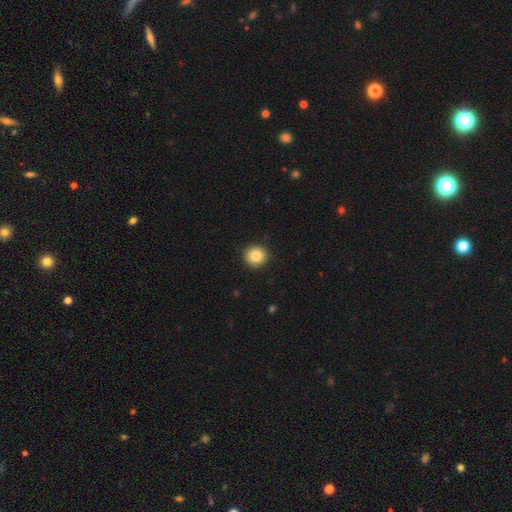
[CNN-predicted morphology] Smooth or featured? Predicted: smooth (p=0.85). How rounded? Predicted: round (p=0.91). Merging? Predicted: none (p=0.91).